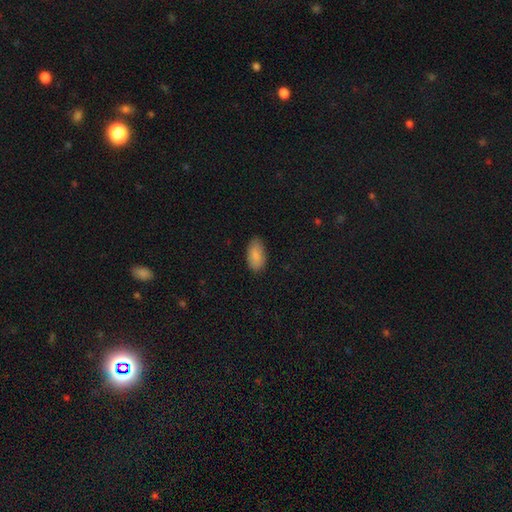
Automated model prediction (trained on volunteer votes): Smooth or featured? smooth (89%)
How rounded? in between (94%)
Merging? none (85%)